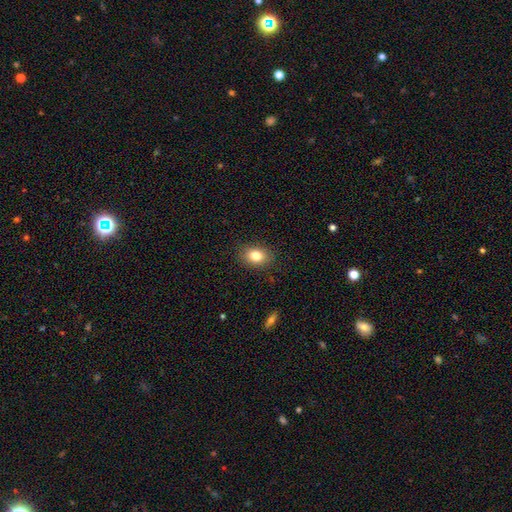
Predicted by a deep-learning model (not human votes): Smooth or featured: smooth — 82% (star or artifact — 10%)
How rounded: in between — 69% (round — 30%)
Merging: none — 87% (minor disturbance — 9%)